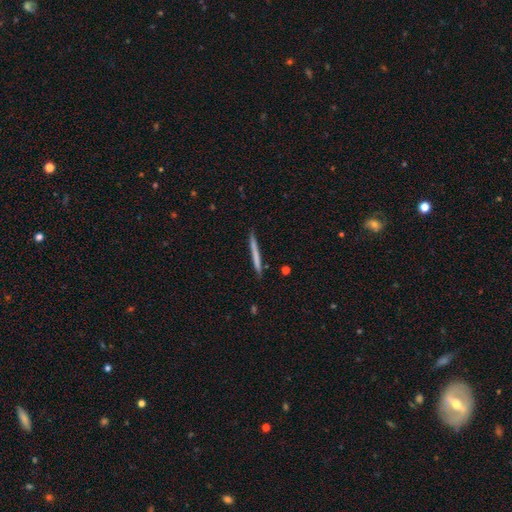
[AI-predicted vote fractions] Overall: smooth (61%; featured or disk 33%). How rounded: cigar-shaped (97%). Merging: none (89%).